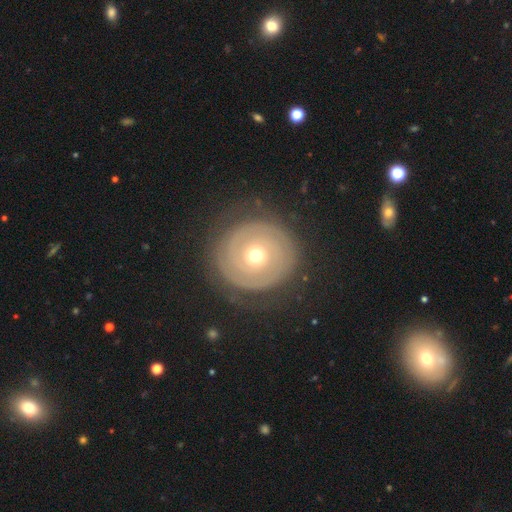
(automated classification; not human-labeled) A featured or disk galaxy (75%) with no bar (84%), 2 (46%) tight (82%) spiral arms (81%) and a moderate central bulge (55%). Merging: none (82%).